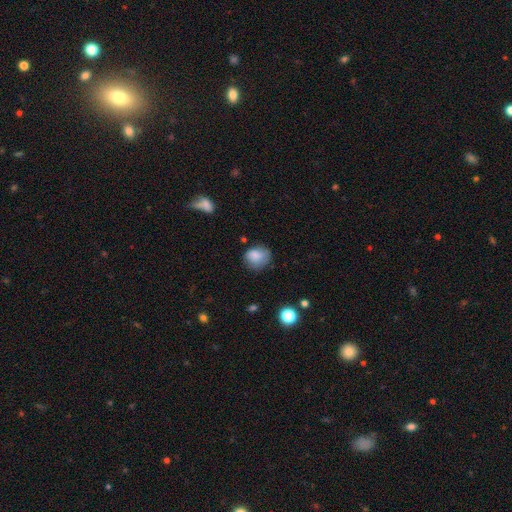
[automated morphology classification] This is clearly a smooth galaxy (81%). How rounded: likely round (62%). Merging: possibly none (58%).